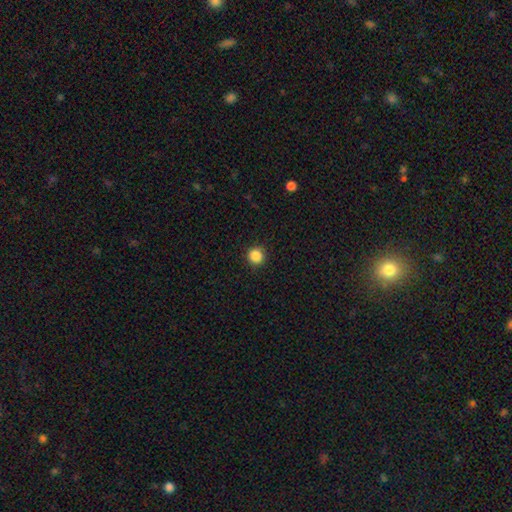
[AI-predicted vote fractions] This is clearly a smooth galaxy (87%). How rounded: clearly round (94%). Merging: clearly none (91%).